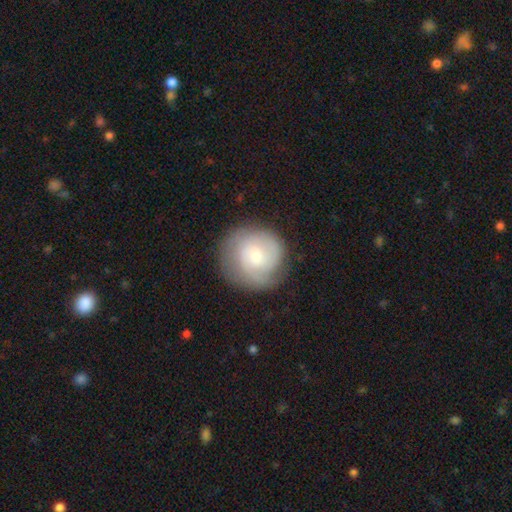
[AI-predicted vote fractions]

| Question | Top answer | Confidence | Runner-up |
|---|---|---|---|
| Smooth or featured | featured or disk | 65% | smooth (29%) |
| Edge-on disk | no | 98% | yes (2%) |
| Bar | no | 69% | weak (27%) |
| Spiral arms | yes | 90% | no (10%) |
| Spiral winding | tight | 62% | medium (29%) |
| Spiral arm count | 2 | 42% | can't tell (28%) |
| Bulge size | small | 61% | moderate (32%) |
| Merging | none | 78% | minor disturbance (15%) |